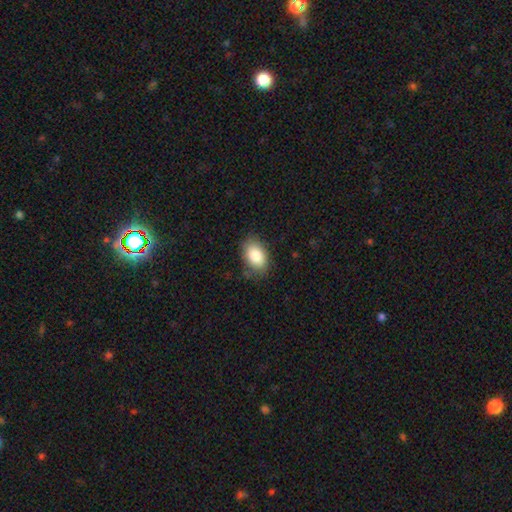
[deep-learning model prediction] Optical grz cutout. It shows a smooth galaxy with no disk features (84%) that is in between round and cigar-shaped (88%). Merging: none (79%).